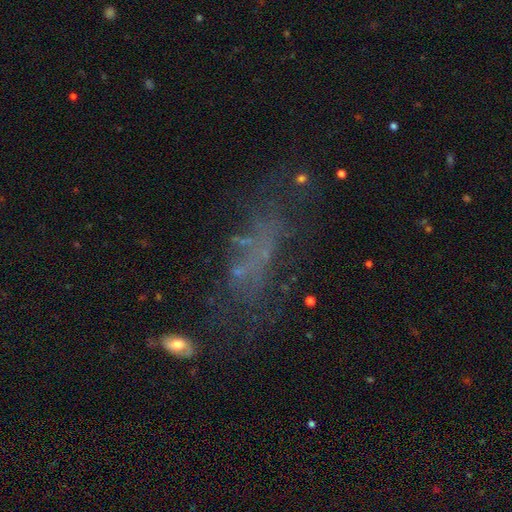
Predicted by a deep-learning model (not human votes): A featured or disk galaxy (38%).

Vote fractions:
- Smooth or featured? featured or disk: 38% / smooth: 32% / star or artifact: 29%
- Merging? none: 51% / major disturbance: 23% / minor disturbance: 18% / merger: 7%